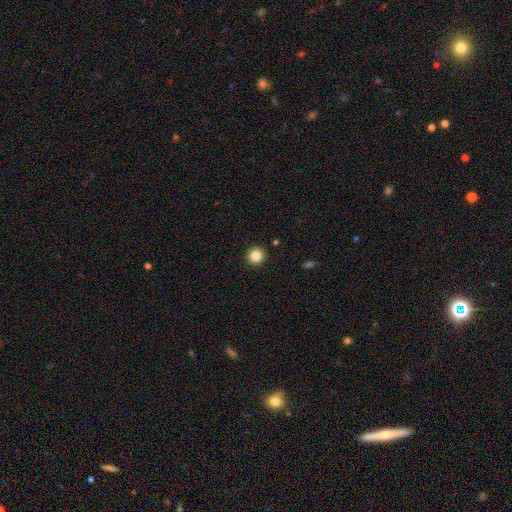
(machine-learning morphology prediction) This is clearly a smooth galaxy (85%). How rounded: clearly round (95%). Merging: clearly none (92%).